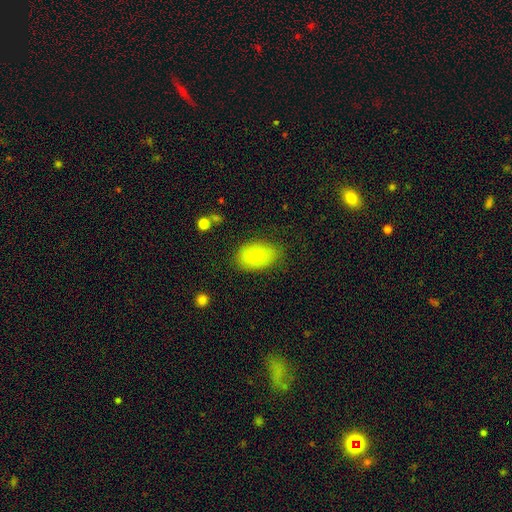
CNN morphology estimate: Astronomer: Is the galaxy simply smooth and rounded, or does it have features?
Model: smooth — 86%.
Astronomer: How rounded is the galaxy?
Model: in between — 90%.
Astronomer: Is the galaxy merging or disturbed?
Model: none — 77%.